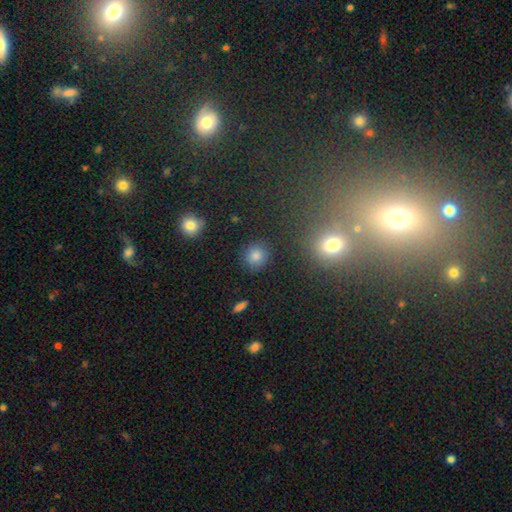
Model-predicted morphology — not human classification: type=smooth (79%); roundness=round (88%); merging=none (87%).